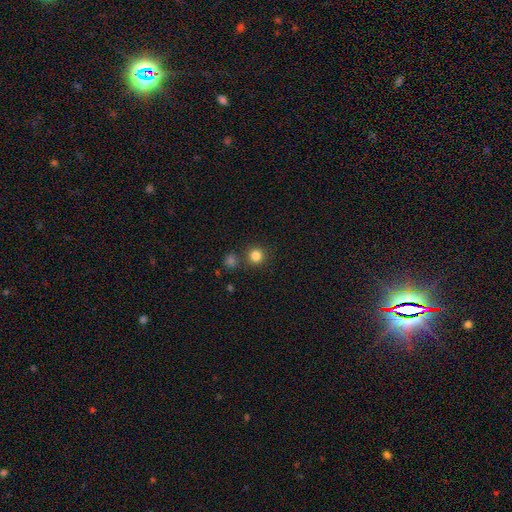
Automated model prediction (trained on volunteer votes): A smooth galaxy with no disk features (83%) that is round (94%).

Vote fractions:
- Smooth or featured? smooth: 83% / star or artifact: 13% / featured or disk: 4%
- How rounded? round: 94% / in between: 5% / cigar-shaped: 1%
- Merging? none: 82% / merger: 9% / minor disturbance: 7% / major disturbance: 3%